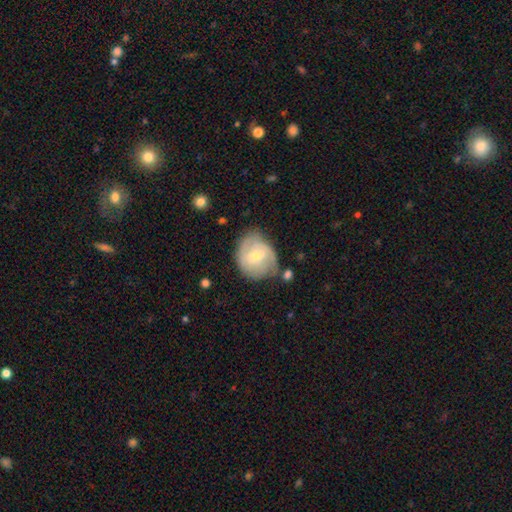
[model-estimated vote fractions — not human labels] smooth_or_featured: featured or disk (p=0.59) [alt: smooth p=0.35]
disk_edge_on: no (p=0.96) [alt: yes p=0.04]
bar: weak (p=0.55) [alt: no p=0.29]
has_spiral_arms: yes (p=0.75) [alt: no p=0.25]
bulge_size: small (p=0.49) [alt: moderate p=0.47]
merging: none (p=0.54) [alt: minor disturbance p=0.29]